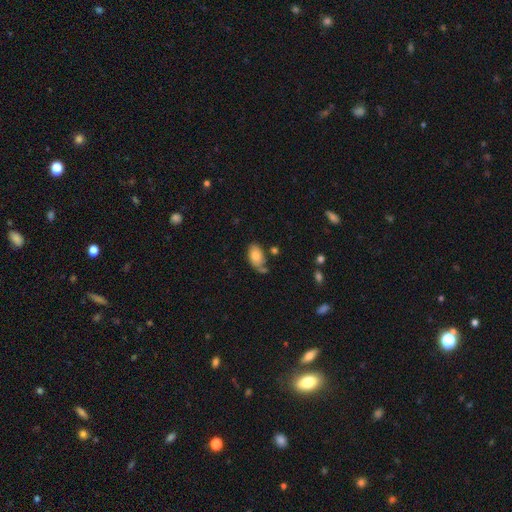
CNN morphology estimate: smooth 76%, featured or disk 16%, star or artifact 8%. Down the decision tree: how rounded — in between (92%); merging — none (53%).